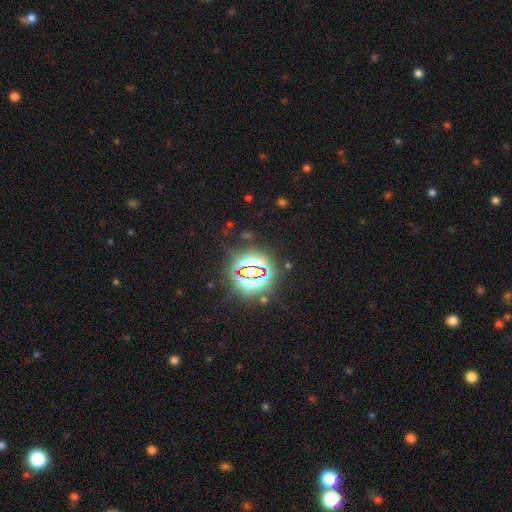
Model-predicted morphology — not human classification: A star or artifact, not a galaxy (84%).